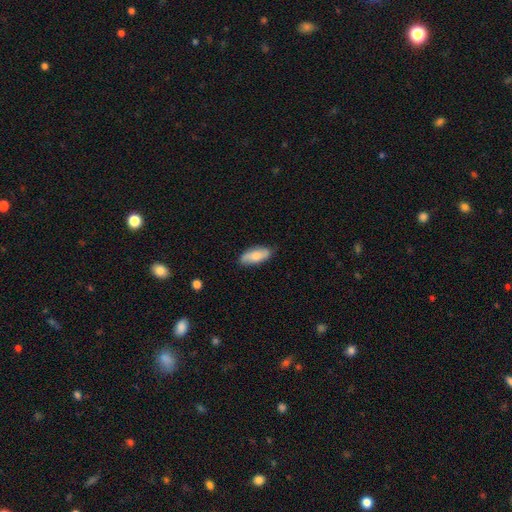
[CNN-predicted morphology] Smooth or featured? smooth (73%)
How rounded? in between (81%)
Merging? none (80%)